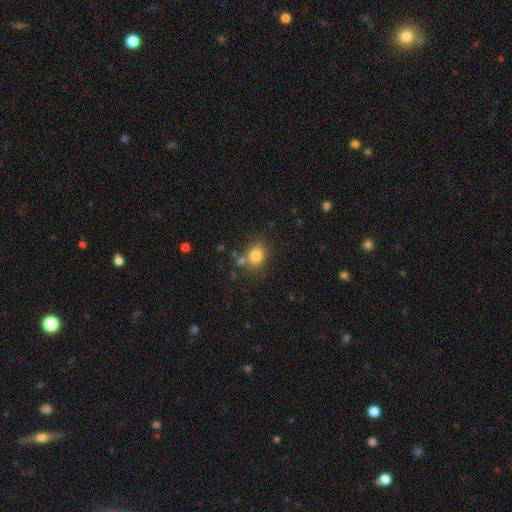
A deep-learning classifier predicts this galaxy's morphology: This is clearly a smooth galaxy (80%). How rounded: possibly in between (57%). Merging: likely none (69%).